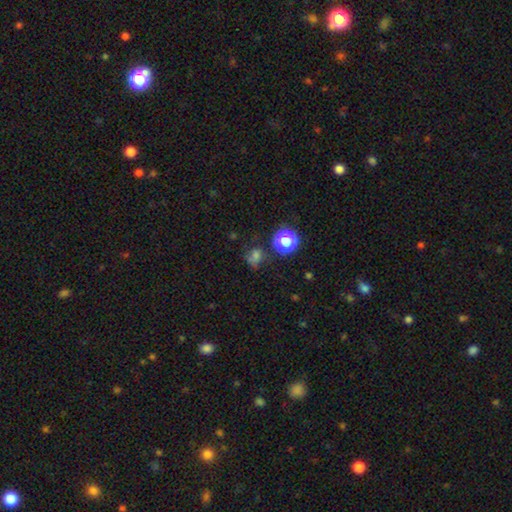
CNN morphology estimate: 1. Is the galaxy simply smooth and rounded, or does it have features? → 59% smooth, 29% star or artifact, 12% featured or disk.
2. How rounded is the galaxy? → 68% round, 31% in between, 1% cigar-shaped.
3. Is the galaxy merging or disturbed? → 53% none, 23% minor disturbance, 16% major disturbance, 9% merger.